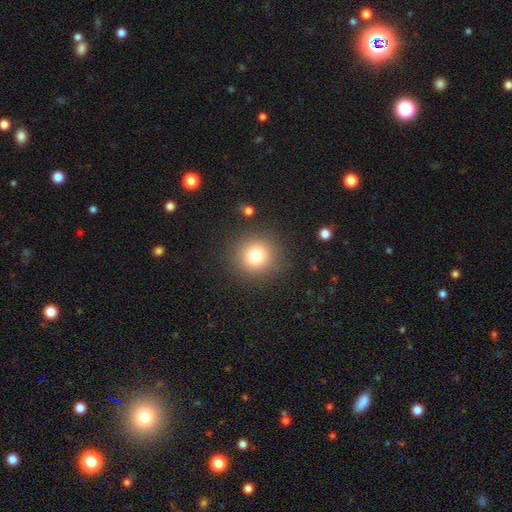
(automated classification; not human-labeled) The model was most divided on "smooth or featured": smooth: 78%, star or artifact: 14%, featured or disk: 9%. More confident: how rounded — round (93%); merging — none (87%).